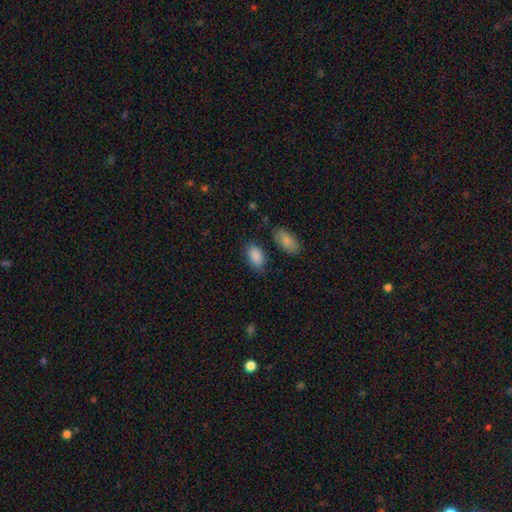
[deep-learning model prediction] Morphology: type=smooth (89%); roundness=in between (93%); merging=none (78%).